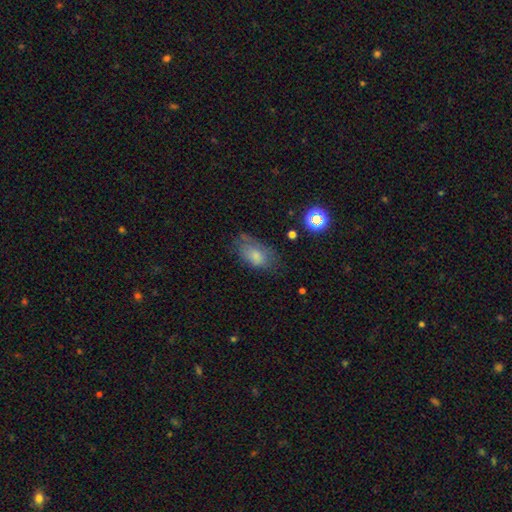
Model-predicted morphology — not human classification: smooth-or-featured: smooth: 71% | featured or disk: 19% | star or artifact: 11%
  how-rounded: in between: 90% | round: 7% | cigar-shaped: 2%
  merging: none: 50% | minor disturbance: 31% | major disturbance: 17% | merger: 2%